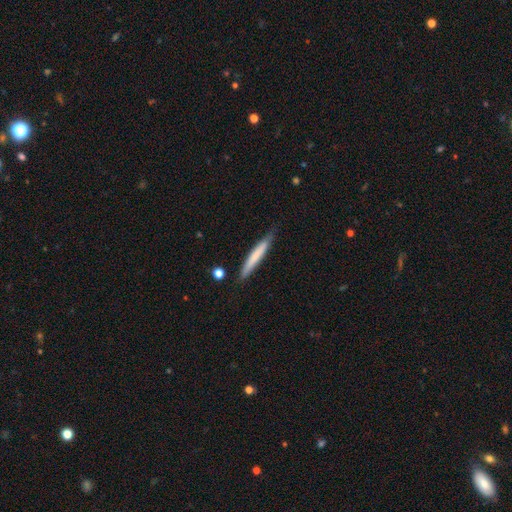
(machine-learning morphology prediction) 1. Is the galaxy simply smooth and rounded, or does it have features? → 68% smooth, 27% featured or disk, 5% star or artifact.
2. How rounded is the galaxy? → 95% cigar-shaped, 4% in between, 1% round.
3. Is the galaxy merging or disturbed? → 78% none, 17% minor disturbance, 3% major disturbance, 2% merger.